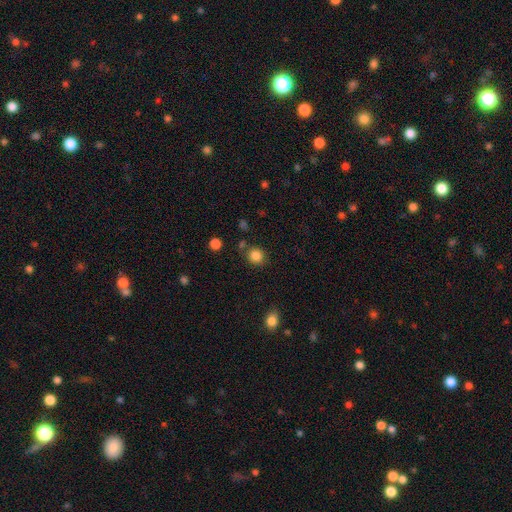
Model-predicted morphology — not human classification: type=smooth (85%); roundness=round (86%); merging=none (81%).